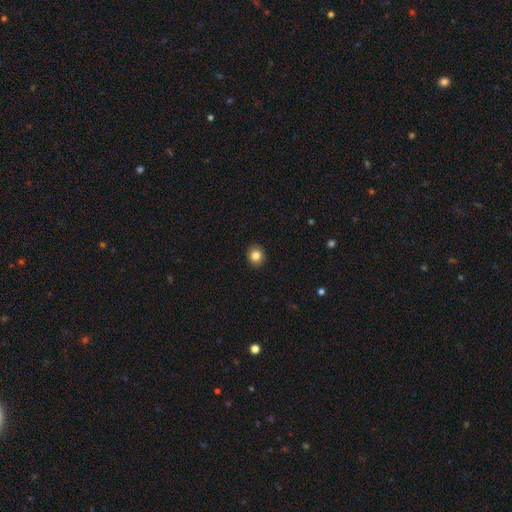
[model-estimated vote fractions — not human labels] Smooth or featured? Predicted: smooth (p=0.84). How rounded? Predicted: round (p=0.75). Merging? Predicted: none (p=0.91).